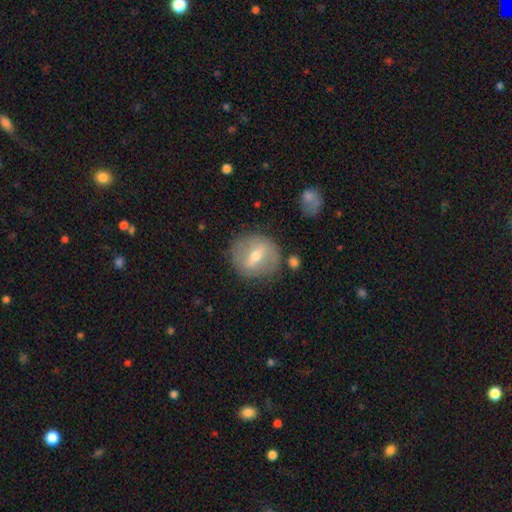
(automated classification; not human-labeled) Overall: featured or disk (57%; smooth 35%). Edge-on disk: no (88%). Bar: strong (50%; weak 38%). Spiral arms: no (65%; yes 35%). Bulge size: moderate (61%; small 34%). Merging: none (80%).